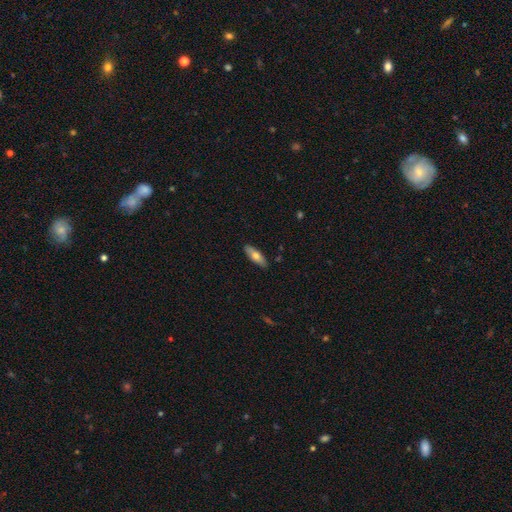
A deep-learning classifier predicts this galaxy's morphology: Smooth or featured: smooth — 67% (featured or disk — 27%)
How rounded: in between — 59% (cigar-shaped — 39%)
Merging: none — 88% (minor disturbance — 9%)